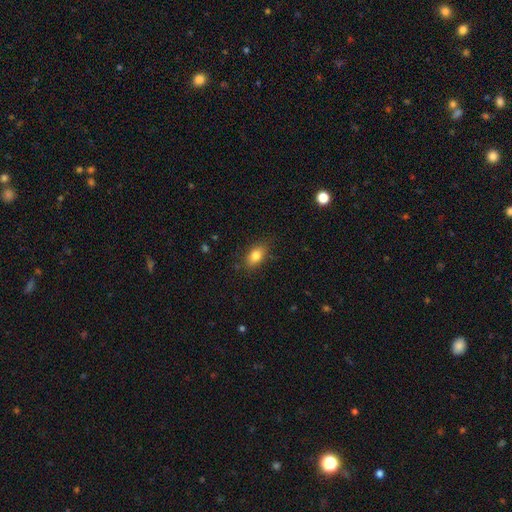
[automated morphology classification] This is clearly a smooth galaxy (82%). How rounded: clearly in between (84%). Merging: clearly none (82%).